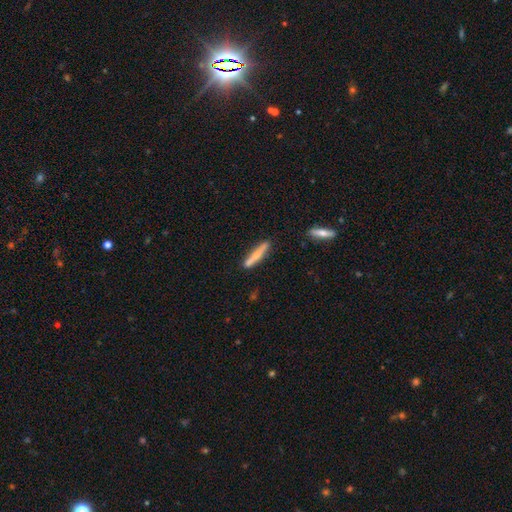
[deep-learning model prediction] smooth-or-featured: smooth: 66% | featured or disk: 28% | star or artifact: 6%
  how-rounded: cigar-shaped: 92% | in between: 6% | round: 2%
  merging: none: 81% | minor disturbance: 12% | merger: 5% | major disturbance: 2%